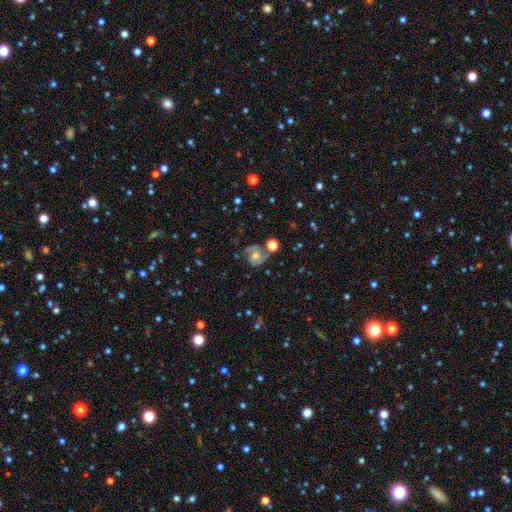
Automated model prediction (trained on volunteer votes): featured or disk 67%, smooth 23%, star or artifact 11%. Down the decision tree: edge-on disk — no (97%); bar — no (62%); spiral arms — yes (90%); spiral arm count — 2 (77%); spiral winding — medium (48%); bulge size — moderate (55%); merging — none (59%).